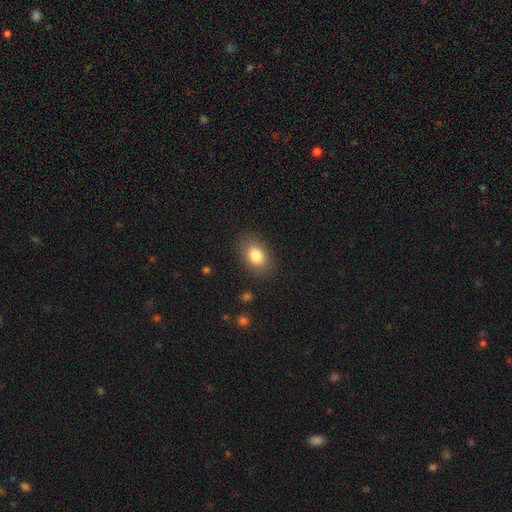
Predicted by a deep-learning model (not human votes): A smooth galaxy with no disk features (82%) that is in between round and cigar-shaped (80%).

Vote fractions:
- Smooth or featured? smooth: 82% / featured or disk: 10% / star or artifact: 9%
- How rounded? in between: 80% / round: 19% / cigar-shaped: 1%
- Merging? none: 84% / minor disturbance: 11% / major disturbance: 4% / merger: 1%